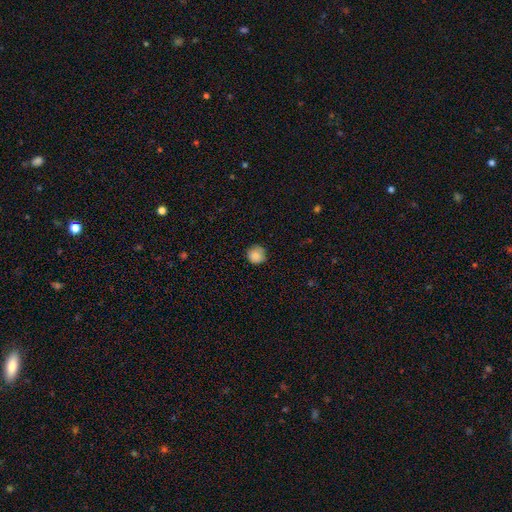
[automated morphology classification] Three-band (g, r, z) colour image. It shows a smooth galaxy with no disk features (86%) that is round (92%). Merging: none (78%).